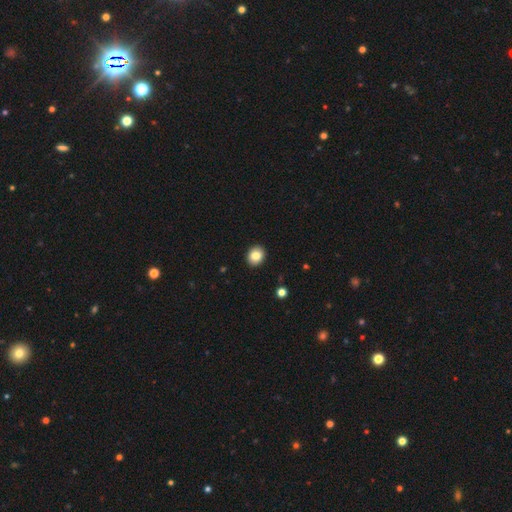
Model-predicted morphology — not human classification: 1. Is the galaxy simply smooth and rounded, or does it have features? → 85% smooth, 9% star or artifact, 7% featured or disk.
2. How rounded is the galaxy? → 60% round, 39% in between, 1% cigar-shaped.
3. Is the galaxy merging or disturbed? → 92% none, 5% minor disturbance, 1% major disturbance, 1% merger.